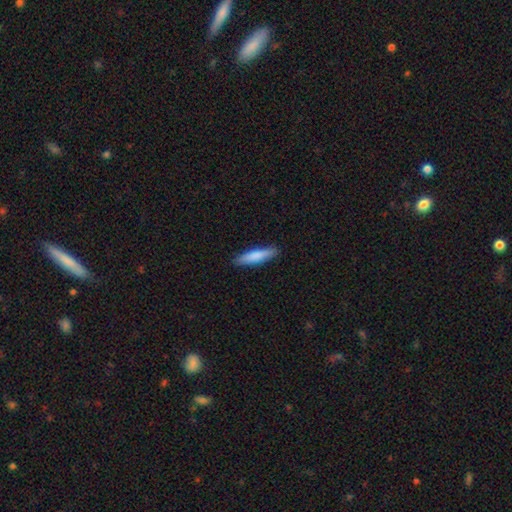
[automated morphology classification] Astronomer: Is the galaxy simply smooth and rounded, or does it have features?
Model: smooth — 78%.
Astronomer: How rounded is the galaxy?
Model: cigar-shaped — 83%.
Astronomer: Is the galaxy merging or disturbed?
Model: none — 89%.